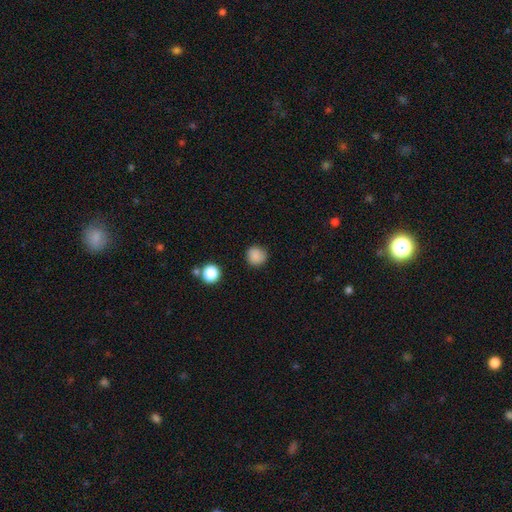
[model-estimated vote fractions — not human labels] smooth 84%, star or artifact 11%, featured or disk 5%. Down the decision tree: how rounded — round (92%); merging — none (84%).